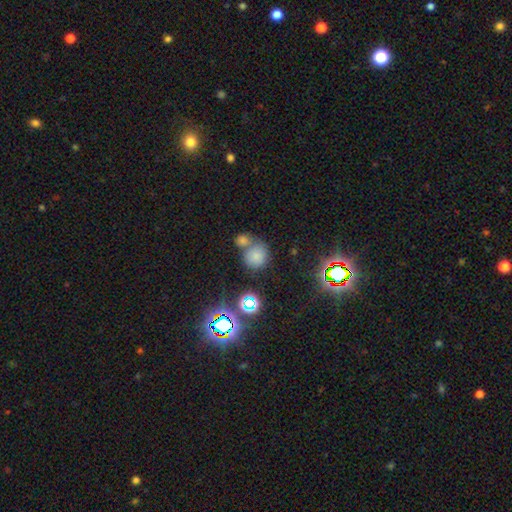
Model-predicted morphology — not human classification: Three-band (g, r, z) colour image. It shows a smooth galaxy with no disk features (69%) that is round (86%). Merging: none (47%).